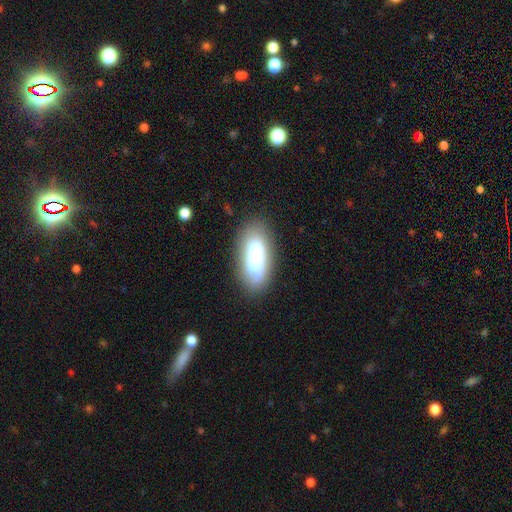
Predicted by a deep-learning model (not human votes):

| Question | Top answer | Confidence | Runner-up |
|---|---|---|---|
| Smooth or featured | smooth | 78% | featured or disk (14%) |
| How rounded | in between | 81% | cigar-shaped (16%) |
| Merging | none | 78% | minor disturbance (14%) |